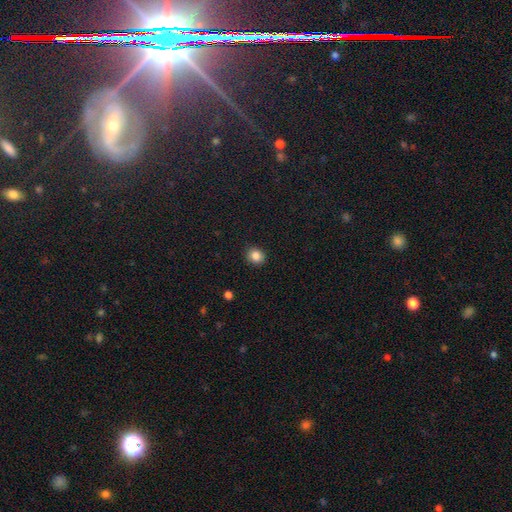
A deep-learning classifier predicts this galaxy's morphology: This appears to be a smooth galaxy with no disk features (85%) that is round (72%). Merging: none (89%).